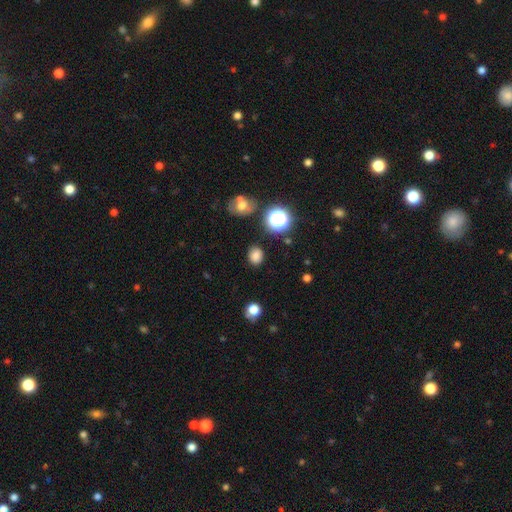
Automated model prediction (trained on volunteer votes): Smooth or featured?
  - smooth: 79% *
  - star or artifact: 15%
  - featured or disk: 5%
How rounded?
  - round: 53% *
  - in between: 46%
  - cigar-shaped: 1%
Merging?
  - none: 84% *
  - minor disturbance: 10%
  - major disturbance: 3%
  - merger: 2%